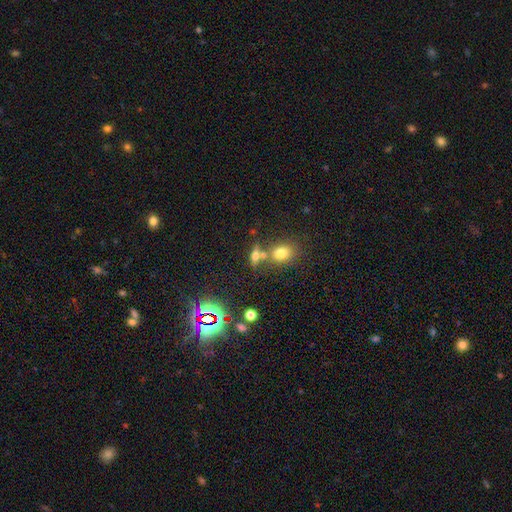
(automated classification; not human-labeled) A smooth galaxy with no disk features (54%) that is in between round and cigar-shaped (50%).

Vote fractions:
- Smooth or featured? smooth: 54% / featured or disk: 24% / star or artifact: 22%
- How rounded? in between: 50% / cigar-shaped: 28% / round: 22%
- Merging? none: 54% / merger: 29% / minor disturbance: 11% / major disturbance: 6%